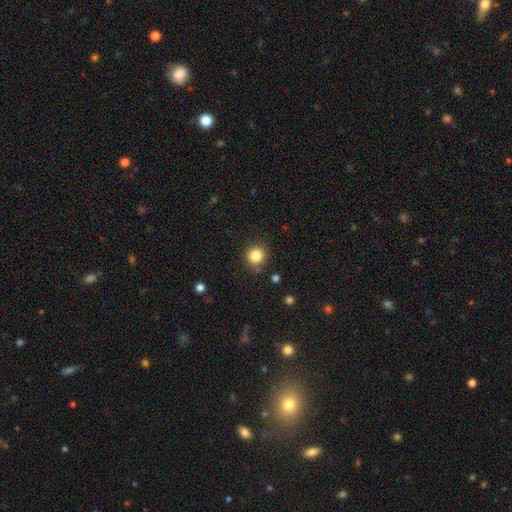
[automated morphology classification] type=smooth (85%); roundness=round (93%); merging=none (88%).